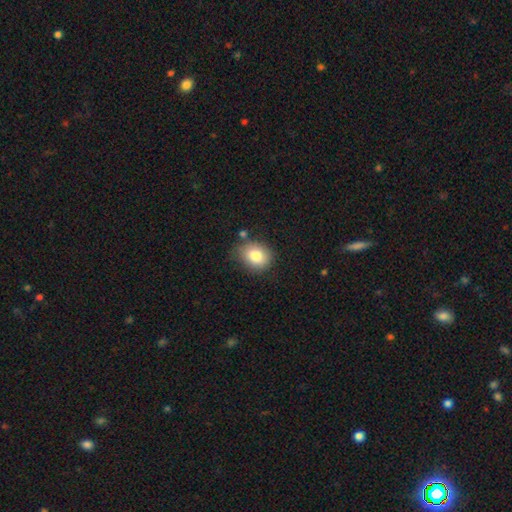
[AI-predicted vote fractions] A smooth galaxy with no disk features (82%) that is round (59%). Merging: none (72%).